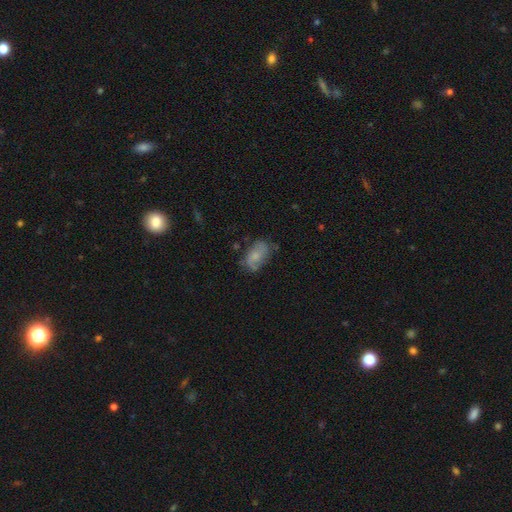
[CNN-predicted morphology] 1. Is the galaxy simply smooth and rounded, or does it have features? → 53% smooth, 39% featured or disk, 9% star or artifact.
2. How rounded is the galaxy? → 90% in between, 8% round, 2% cigar-shaped.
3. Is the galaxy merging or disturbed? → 62% none, 26% minor disturbance, 9% major disturbance, 3% merger.